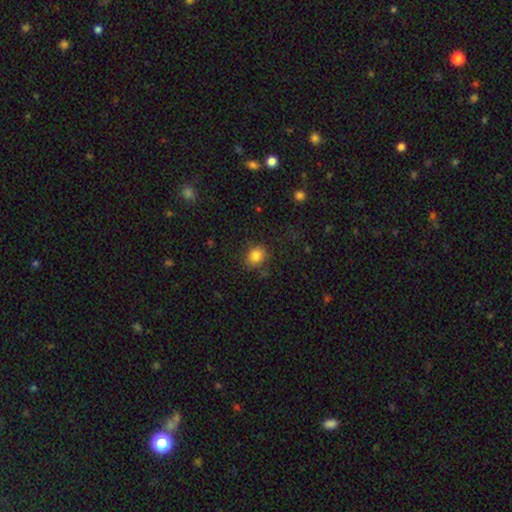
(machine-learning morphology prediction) smooth-or-featured: smooth: 83% | star or artifact: 11% | featured or disk: 6%
  how-rounded: round: 63% | in between: 37% | cigar-shaped: 1%
  merging: none: 82% | minor disturbance: 13% | major disturbance: 4% | merger: 2%